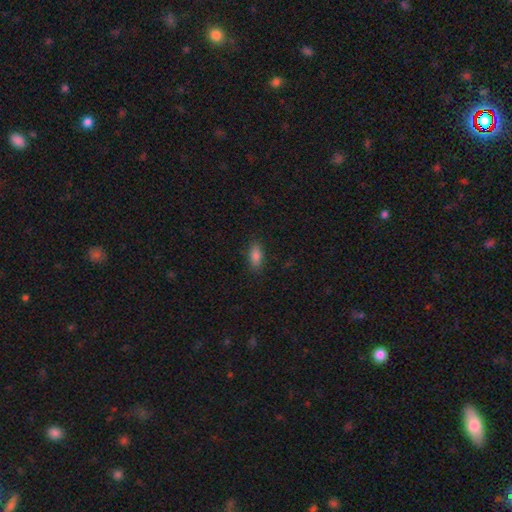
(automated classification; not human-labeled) Smooth or featured?
  - smooth: 84% *
  - star or artifact: 9%
  - featured or disk: 7%
How rounded?
  - in between: 87% *
  - cigar-shaped: 10%
  - round: 4%
Merging?
  - none: 87% *
  - minor disturbance: 10%
  - major disturbance: 2%
  - merger: 1%